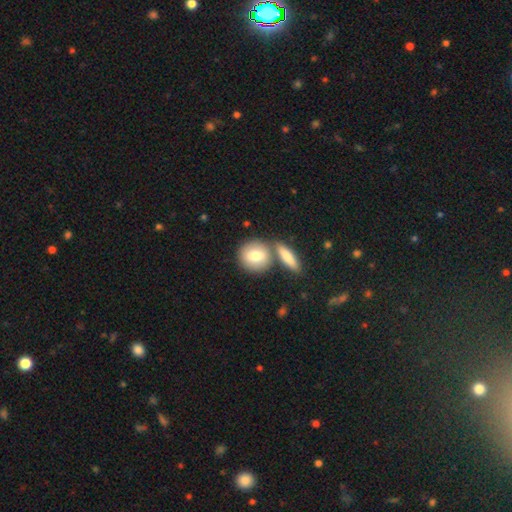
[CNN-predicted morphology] This appears to be a smooth galaxy with no disk features (78%) that is round (73%). Merging: none (58%).